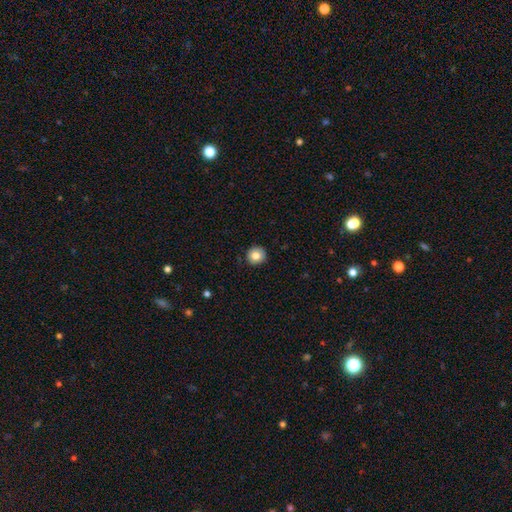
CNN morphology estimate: smooth_or_featured: smooth (p=0.81) [alt: featured or disk p=0.10]
how_rounded: round (p=0.93) [alt: in between p=0.06]
merging: none (p=0.90) [alt: minor disturbance p=0.07]